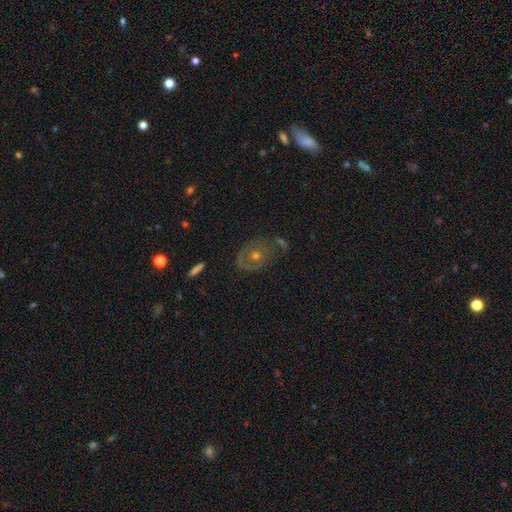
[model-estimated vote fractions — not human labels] The model was most divided on "spiral arms": yes: 55%, no: 45%. More confident: edge-on disk — no (95%); bar — no (85%); bulge size — moderate (69%); smooth or featured — featured or disk (65%); merging — none (63%).